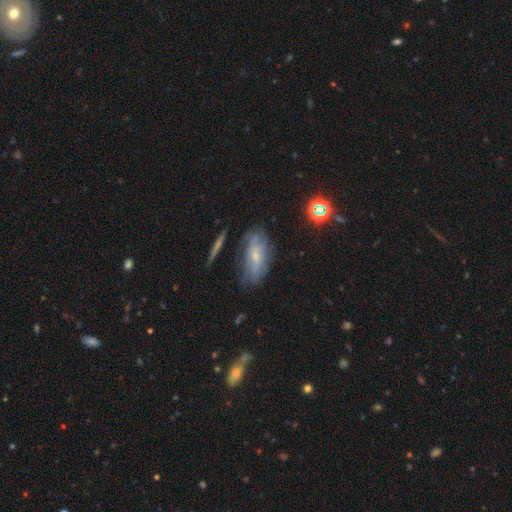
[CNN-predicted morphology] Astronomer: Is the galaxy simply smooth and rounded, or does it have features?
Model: featured or disk — 51% (runner-up: smooth, 37%).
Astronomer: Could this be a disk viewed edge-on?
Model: no — 81%.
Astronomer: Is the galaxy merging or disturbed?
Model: none — 61%.